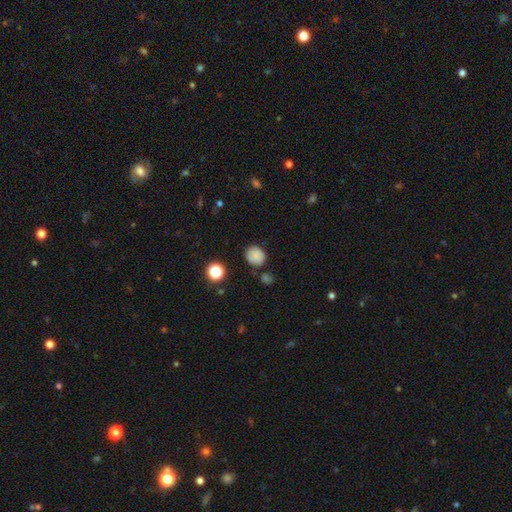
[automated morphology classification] Overall: smooth (80%). How rounded: round (75%). Merging: none (73%).